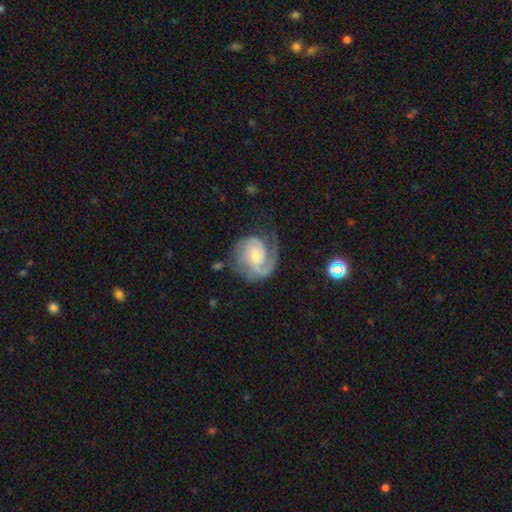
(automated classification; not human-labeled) Smooth or featured?
  - featured or disk: 83% *
  - smooth: 12%
  - star or artifact: 5%
Edge-on disk?
  - no: 98% *
  - yes: 2%
Bar?
  - no: 62% *
  - weak: 32%
  - strong: 6%
Spiral arms?
  - yes: 96% *
  - no: 4%
Spiral winding?
  - tight: 49% *
  - medium: 38%
  - loose: 13%
Spiral arm count?
  - 2: 45% *
  - 1: 32%
  - can't tell: 12%
  - 3: 7%
  - 4: 2%
  - more than 4: 2%
Bulge size?
  - small: 56% *
  - moderate: 36%
  - large: 3%
  - none: 3%
  - dominant: 1%
Merging?
  - none: 58% *
  - minor disturbance: 22%
  - major disturbance: 18%
  - merger: 2%